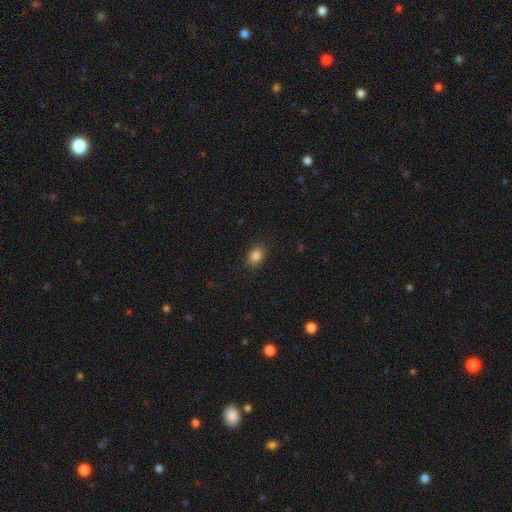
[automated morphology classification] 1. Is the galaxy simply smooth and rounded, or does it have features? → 85% smooth, 10% star or artifact, 5% featured or disk.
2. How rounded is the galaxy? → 73% in between, 26% round, 1% cigar-shaped.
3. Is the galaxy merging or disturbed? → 87% none, 9% minor disturbance, 2% major disturbance, 1% merger.